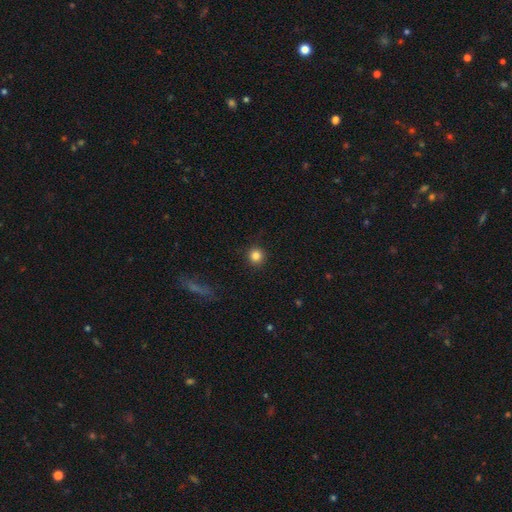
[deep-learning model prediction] This appears to be a smooth galaxy with no disk features (84%) that is round (94%). Merging: none (91%).